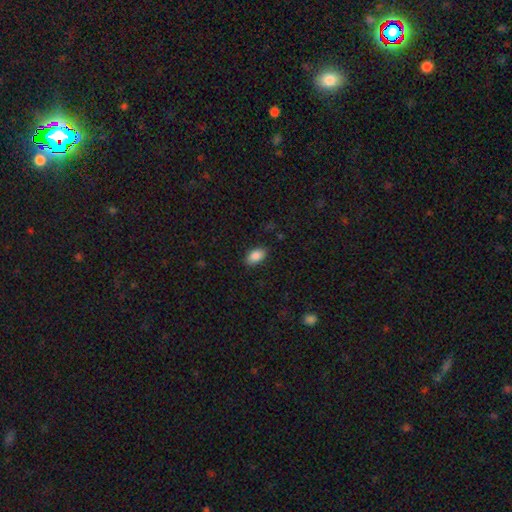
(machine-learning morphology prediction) This is clearly a smooth galaxy (86%). How rounded: clearly in between (92%). Merging: clearly none (86%).